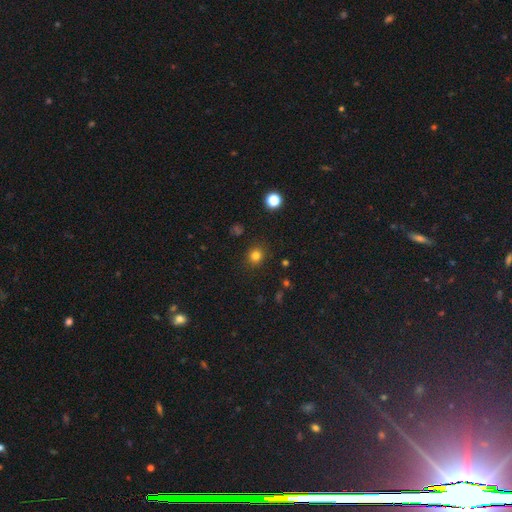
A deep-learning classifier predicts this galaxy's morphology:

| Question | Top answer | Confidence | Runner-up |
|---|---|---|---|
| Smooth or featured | smooth | 80% | star or artifact (15%) |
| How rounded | round | 85% | in between (14%) |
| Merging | none | 89% | minor disturbance (7%) |